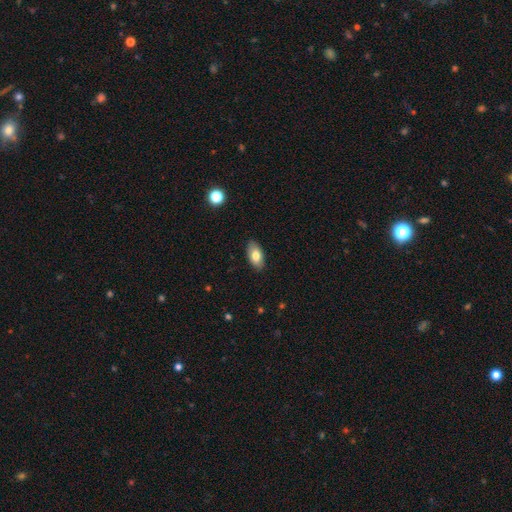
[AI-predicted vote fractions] This appears to be a smooth galaxy with no disk features (77%) that is in between round and cigar-shaped (93%). Merging: none (87%).